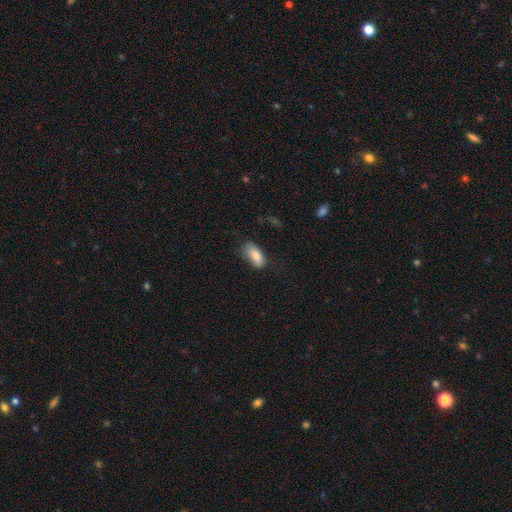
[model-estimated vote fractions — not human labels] Smooth or featured? Predicted: smooth (p=0.85). How rounded? Predicted: in between (p=0.89). Merging? Predicted: none (p=0.63).